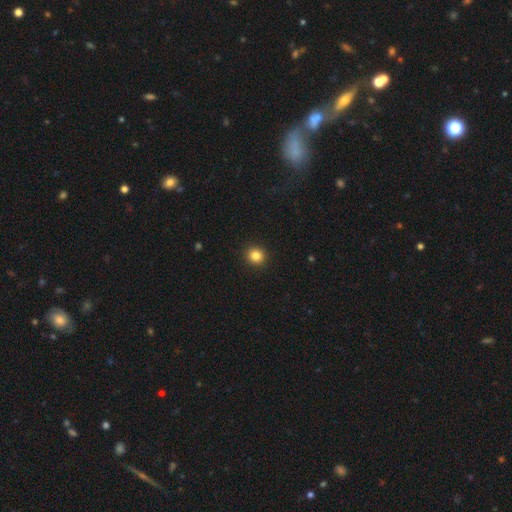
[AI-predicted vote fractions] smooth_or_featured: smooth (p=0.85) [alt: star or artifact p=0.11]
how_rounded: round (p=0.89) [alt: in between p=0.10]
merging: none (p=0.92) [alt: minor disturbance p=0.05]